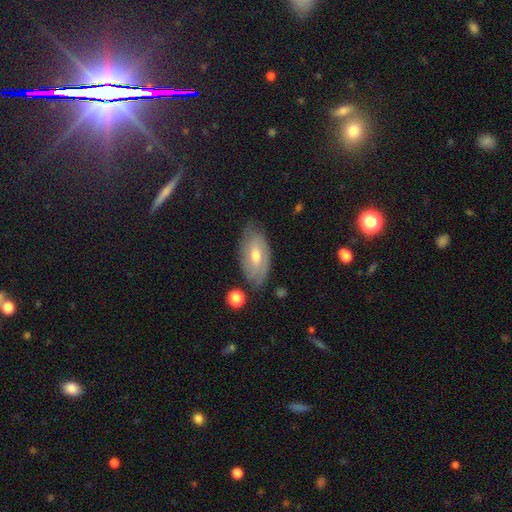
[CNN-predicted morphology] This is possibly a featured or disk galaxy (55%). It is clearly not viewed edge-on (87%). Merging: likely none (74%).